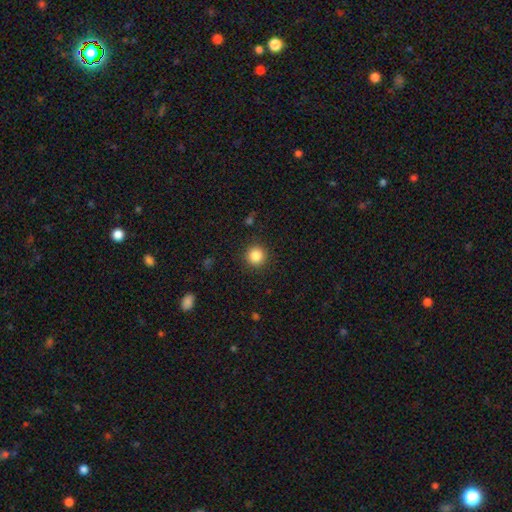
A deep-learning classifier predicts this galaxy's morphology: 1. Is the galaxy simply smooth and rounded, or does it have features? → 86% smooth, 10% star or artifact, 4% featured or disk.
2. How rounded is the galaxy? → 95% round, 4% in between, 1% cigar-shaped.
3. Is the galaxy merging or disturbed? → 91% none, 6% minor disturbance, 2% major disturbance, 1% merger.